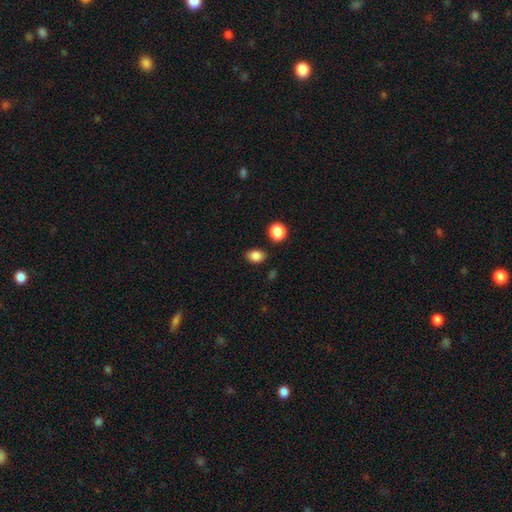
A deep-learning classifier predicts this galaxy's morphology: The model was most divided on "how rounded": in between: 73%, round: 25%, cigar-shaped: 1%. More confident: smooth or featured — smooth (86%); merging — none (81%).